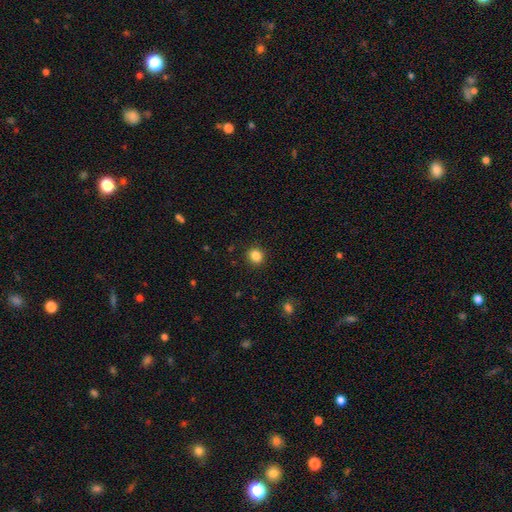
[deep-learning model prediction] This appears to be a smooth galaxy with no disk features (85%) that is round (81%). Merging: none (91%).